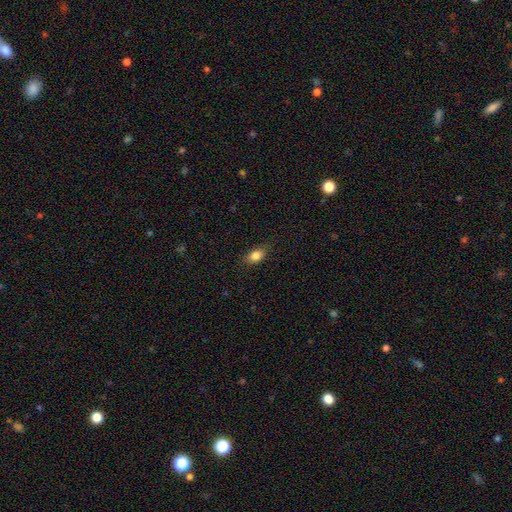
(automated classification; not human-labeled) A smooth galaxy with no disk features (85%) that is in between round and cigar-shaped (83%).

Vote fractions:
- Smooth or featured? smooth: 85% / star or artifact: 9% / featured or disk: 6%
- How rounded? in between: 83% / round: 13% / cigar-shaped: 4%
- Merging? none: 81% / minor disturbance: 15% / major disturbance: 3% / merger: 1%